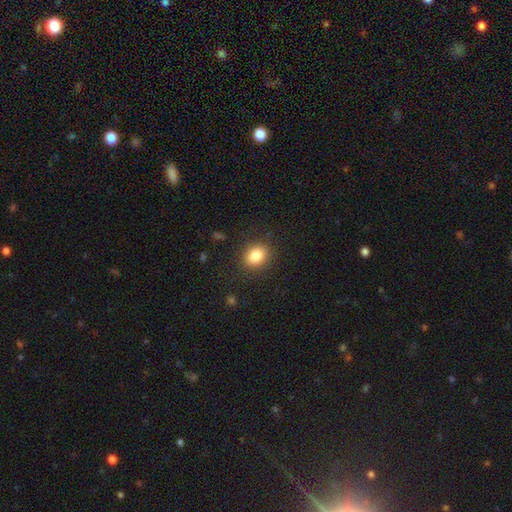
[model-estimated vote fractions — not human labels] A smooth galaxy with no disk features (84%) that is in between round and cigar-shaped (51%). Merging: none (88%).